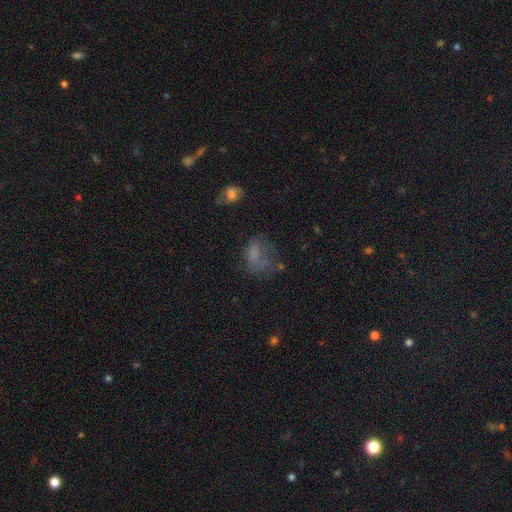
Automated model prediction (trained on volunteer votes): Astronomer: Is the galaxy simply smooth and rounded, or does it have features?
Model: smooth — 57%.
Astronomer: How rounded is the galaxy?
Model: in between — 70%.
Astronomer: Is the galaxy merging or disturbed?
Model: major disturbance — 37% (runner-up: none, 34%).